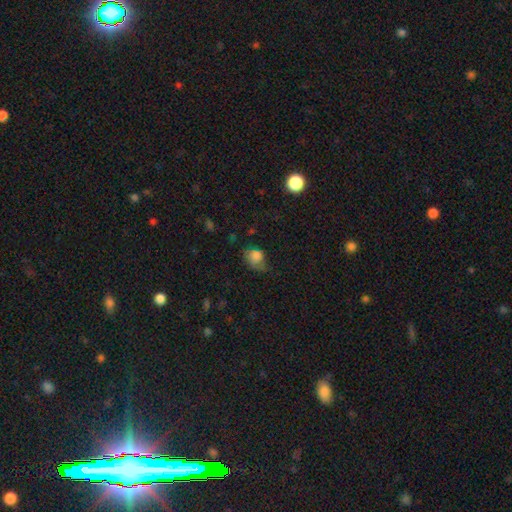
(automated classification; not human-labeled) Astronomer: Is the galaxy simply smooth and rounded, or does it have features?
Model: smooth — 78%.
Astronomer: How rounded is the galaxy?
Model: round — 51% (runner-up: in between, 48%).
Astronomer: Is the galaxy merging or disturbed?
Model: none — 39% (runner-up: minor disturbance, 38%).